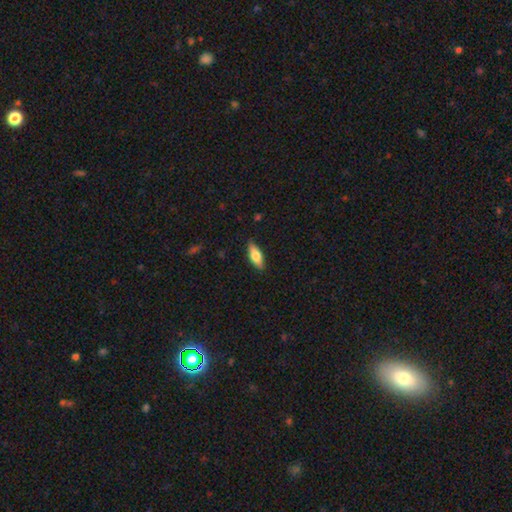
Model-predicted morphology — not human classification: This is likely a smooth galaxy (65%). How rounded: likely in between (68%). Merging: clearly none (86%).